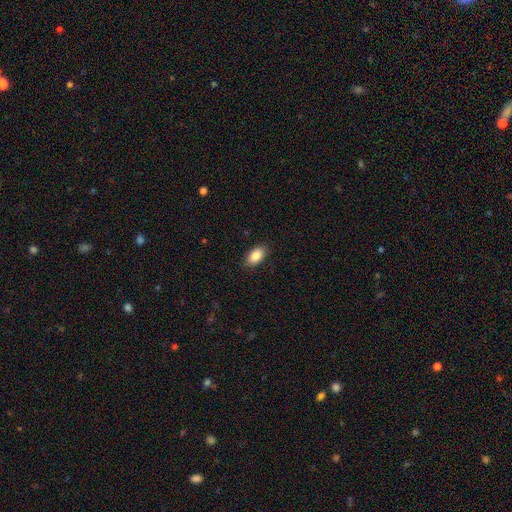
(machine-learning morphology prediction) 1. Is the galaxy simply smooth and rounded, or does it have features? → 87% smooth, 7% star or artifact, 6% featured or disk.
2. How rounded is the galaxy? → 92% in between, 5% round, 3% cigar-shaped.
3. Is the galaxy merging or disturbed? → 88% none, 9% minor disturbance, 2% major disturbance, 1% merger.